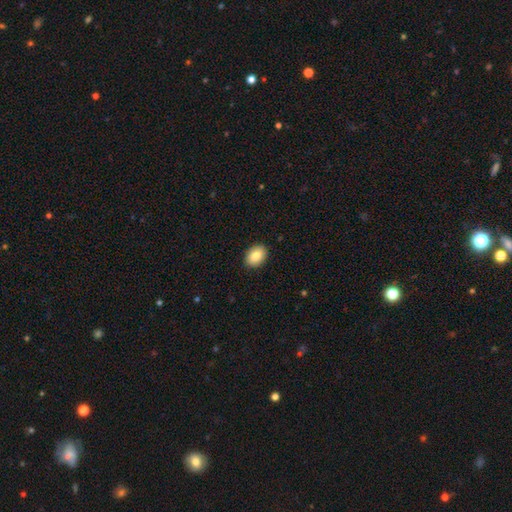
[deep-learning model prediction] smooth 83%, featured or disk 10%, star or artifact 7%. Down the decision tree: how rounded — in between (74%); merging — none (91%).